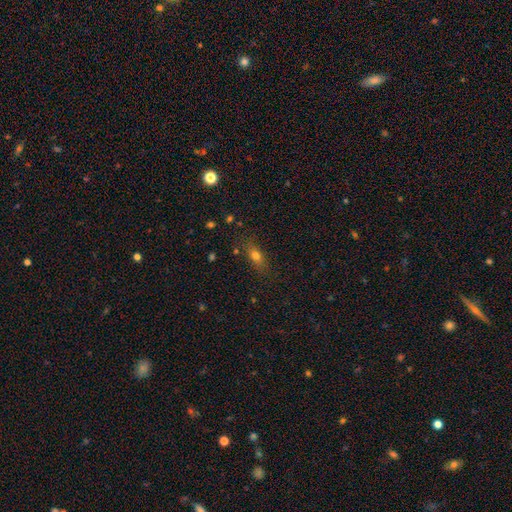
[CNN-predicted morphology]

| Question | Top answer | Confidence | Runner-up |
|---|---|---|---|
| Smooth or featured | smooth | 71% | featured or disk (15%) |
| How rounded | in between | 67% | cigar-shaped (19%) |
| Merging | none | 75% | minor disturbance (16%) |